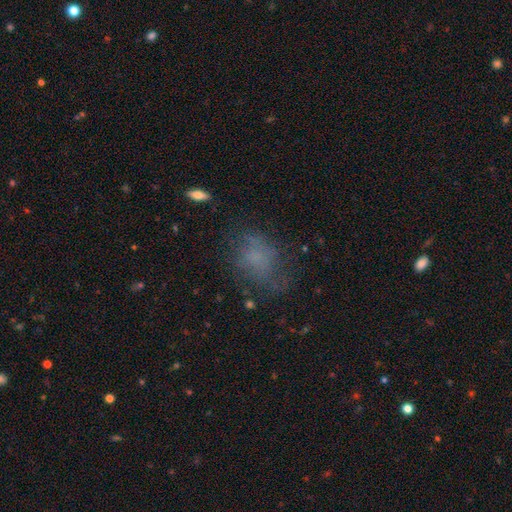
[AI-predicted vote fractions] A smooth galaxy with no disk features (56%) that is in between round and cigar-shaped (62%).

Vote fractions:
- Smooth or featured? smooth: 56% / featured or disk: 25% / star or artifact: 19%
- How rounded? in between: 62% / round: 36% / cigar-shaped: 2%
- Merging? none: 56% / minor disturbance: 23% / major disturbance: 19% / merger: 2%